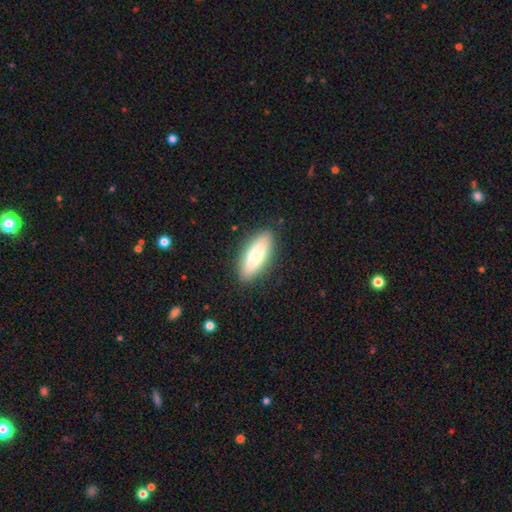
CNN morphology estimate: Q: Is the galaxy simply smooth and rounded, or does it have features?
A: smooth — 78%.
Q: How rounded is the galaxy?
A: in between — 66%.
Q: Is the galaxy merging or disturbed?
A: none — 87%.